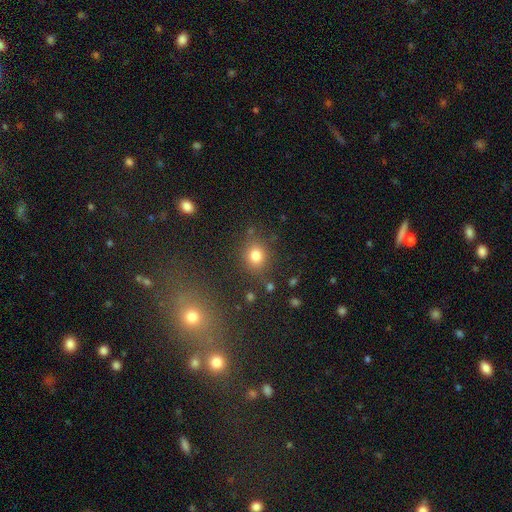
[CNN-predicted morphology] smooth-or-featured: smooth: 79% | star or artifact: 14% | featured or disk: 7%
  how-rounded: round: 70% | in between: 28% | cigar-shaped: 1%
  merging: none: 78% | minor disturbance: 12% | merger: 6% | major disturbance: 5%